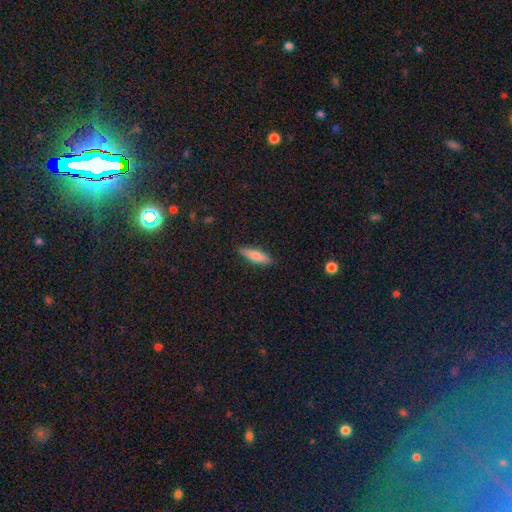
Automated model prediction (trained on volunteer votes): The model was most divided on "how rounded": cigar-shaped: 55%, in between: 43%, round: 2%. More confident: merging — none (87%); smooth or featured — smooth (72%).